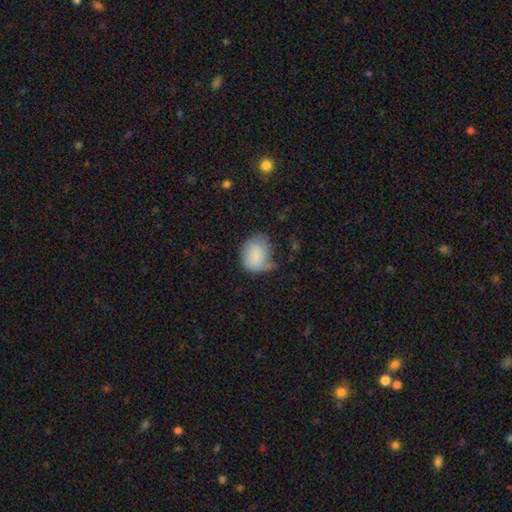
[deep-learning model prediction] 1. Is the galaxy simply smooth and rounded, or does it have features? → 77% smooth, 16% featured or disk, 7% star or artifact.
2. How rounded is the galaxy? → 51% round, 48% in between, 1% cigar-shaped.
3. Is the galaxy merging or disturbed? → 38% minor disturbance, 37% none, 21% major disturbance, 4% merger.